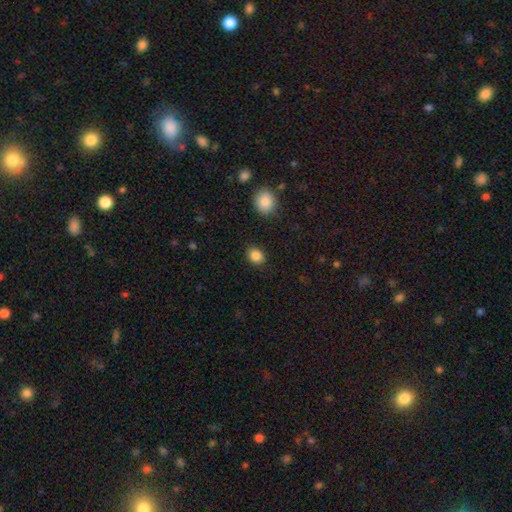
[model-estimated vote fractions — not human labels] Overall: smooth (86%). How rounded: round (55%; in between 44%). Merging: none (88%).